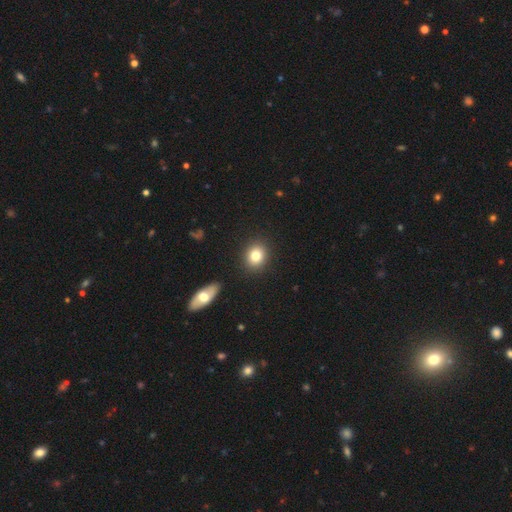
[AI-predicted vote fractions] Smooth or featured?
  - smooth: 80% *
  - star or artifact: 10%
  - featured or disk: 9%
How rounded?
  - round: 66% *
  - in between: 32%
  - cigar-shaped: 1%
Merging?
  - none: 88% *
  - minor disturbance: 7%
  - merger: 2%
  - major disturbance: 2%